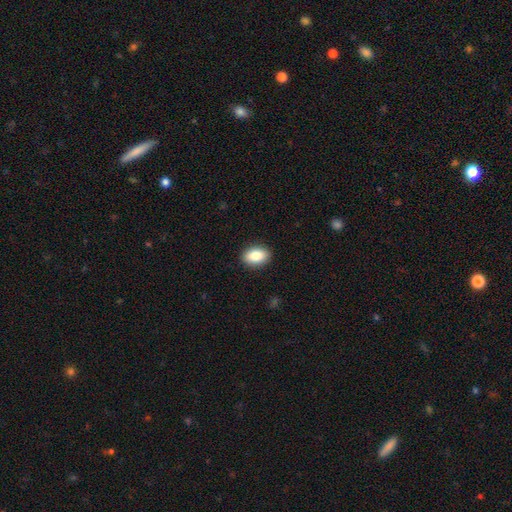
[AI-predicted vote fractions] This is clearly a smooth galaxy (85%). How rounded: clearly in between (83%). Merging: clearly none (90%).